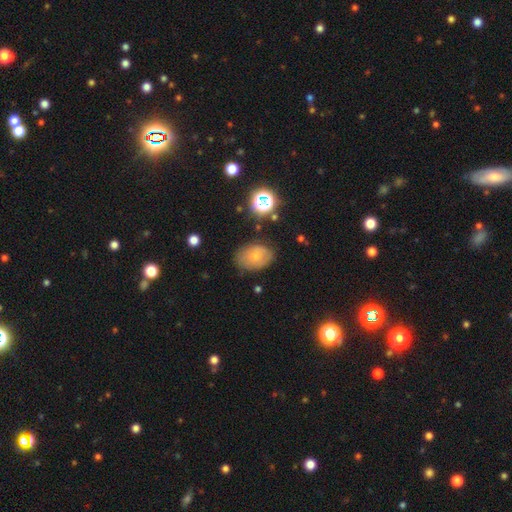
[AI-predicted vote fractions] Overall: smooth (65%). How rounded: in between (78%). Merging: none (72%).